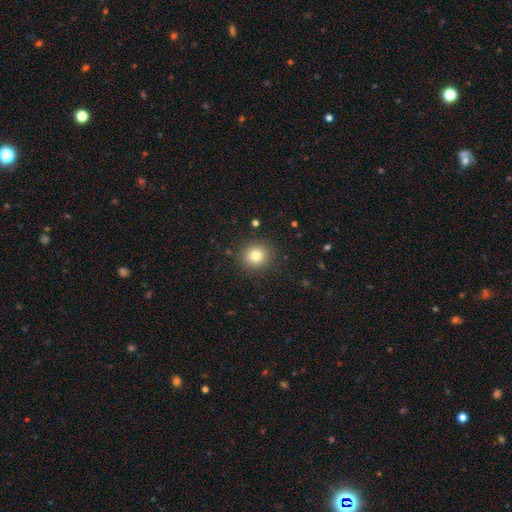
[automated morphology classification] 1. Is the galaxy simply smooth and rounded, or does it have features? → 81% smooth, 12% star or artifact, 7% featured or disk.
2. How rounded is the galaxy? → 89% round, 10% in between, 1% cigar-shaped.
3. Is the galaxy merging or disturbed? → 89% none, 7% minor disturbance, 3% major disturbance, 1% merger.